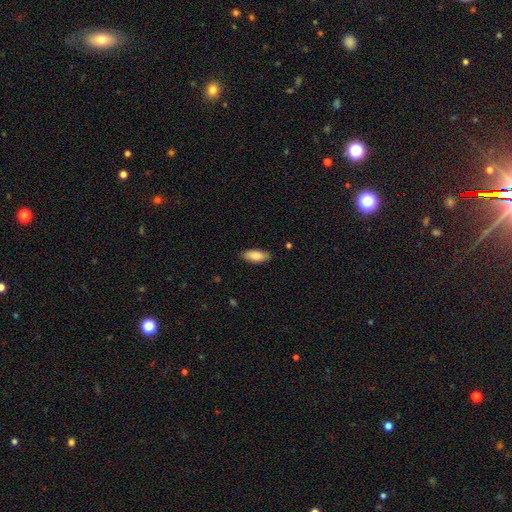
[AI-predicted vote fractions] smooth_or_featured: smooth (p=0.84) [alt: featured or disk p=0.10]
how_rounded: in between (p=0.83) [alt: cigar-shaped p=0.15]
merging: none (p=0.83) [alt: minor disturbance p=0.13]